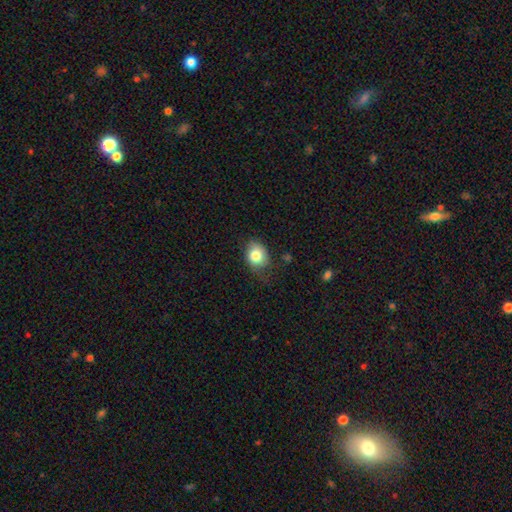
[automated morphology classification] The model was most divided on "how rounded": in between: 52%, round: 47%, cigar-shaped: 1%. More confident: smooth or featured — smooth (82%); merging — none (63%).